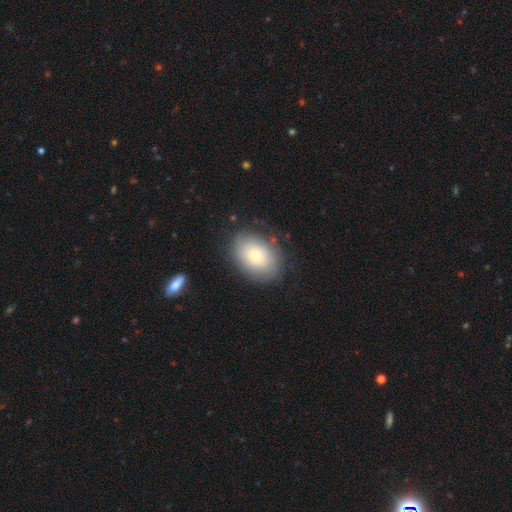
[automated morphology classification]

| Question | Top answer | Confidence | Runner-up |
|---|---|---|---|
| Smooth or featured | smooth | 71% | featured or disk (21%) |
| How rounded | in between | 78% | round (21%) |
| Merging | none | 80% | minor disturbance (14%) |